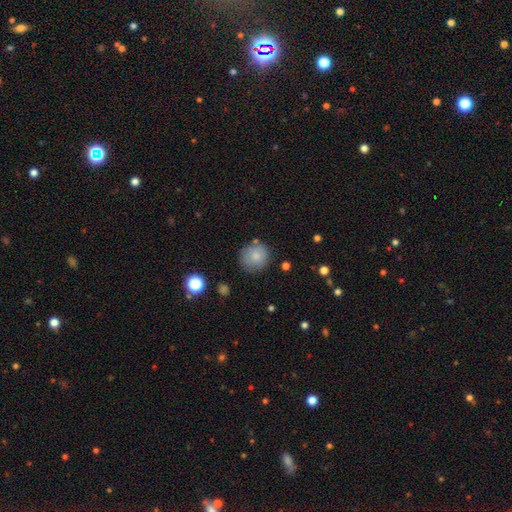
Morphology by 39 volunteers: Overall: smooth (85%). How rounded: round (91%). Merging: none (89%).